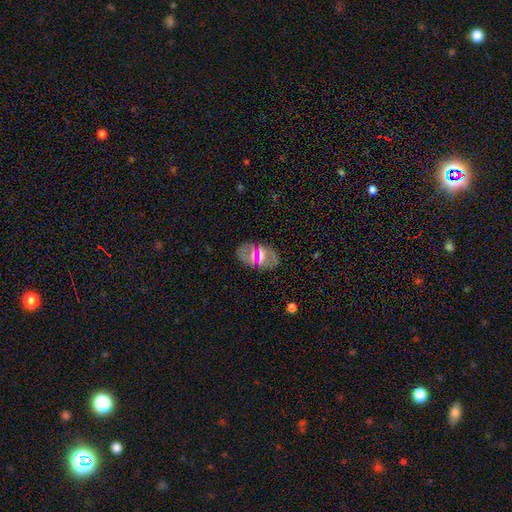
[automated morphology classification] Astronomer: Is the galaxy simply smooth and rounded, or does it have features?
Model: smooth — 42% (runner-up: featured or disk, 40%).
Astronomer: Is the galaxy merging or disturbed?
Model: none — 80%.